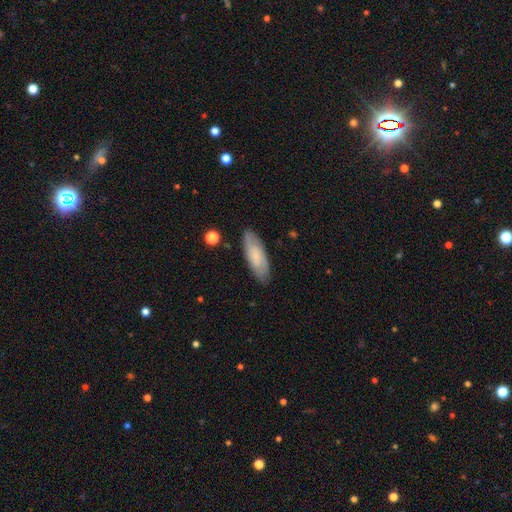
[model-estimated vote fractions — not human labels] The model was most divided on "how rounded": in between: 64%, cigar-shaped: 34%, round: 2%. More confident: merging — none (85%); smooth or featured — smooth (68%).